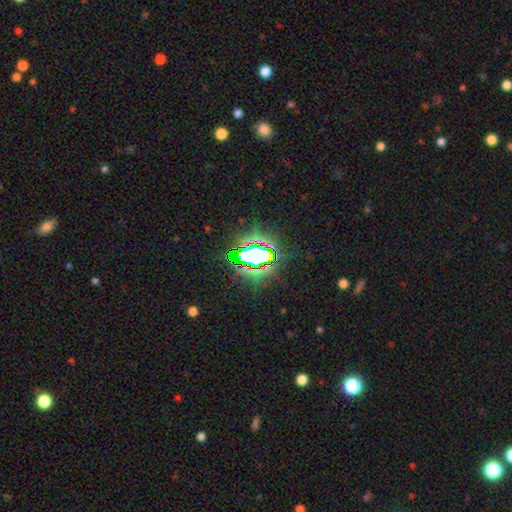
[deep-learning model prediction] Overall: star or artifact (66%).